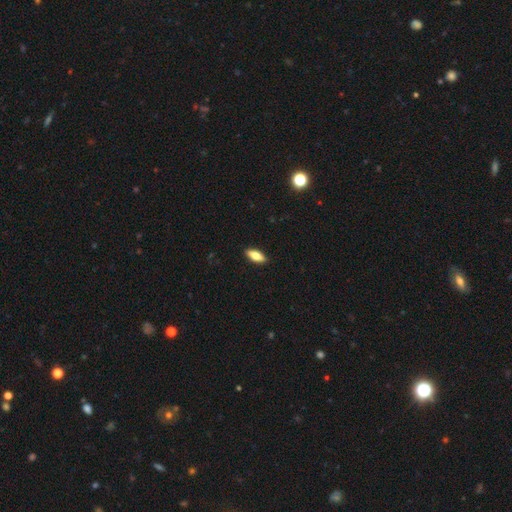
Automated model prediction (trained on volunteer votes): This is likely a smooth galaxy (69%). How rounded: likely in between (75%). Merging: clearly none (89%).